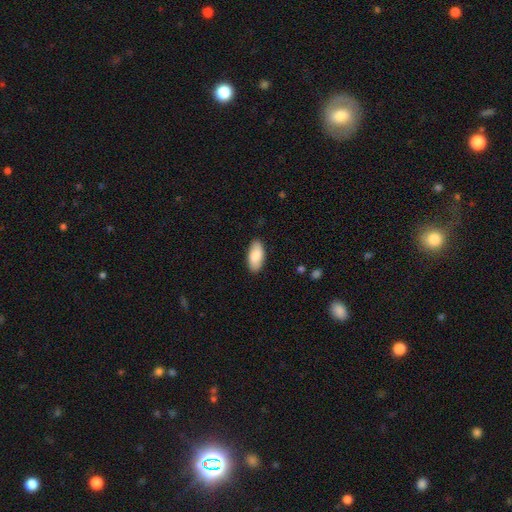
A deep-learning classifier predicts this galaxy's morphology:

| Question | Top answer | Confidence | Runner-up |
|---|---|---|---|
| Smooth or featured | smooth | 86% | featured or disk (8%) |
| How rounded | in between | 92% | cigar-shaped (6%) |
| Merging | none | 87% | minor disturbance (10%) |